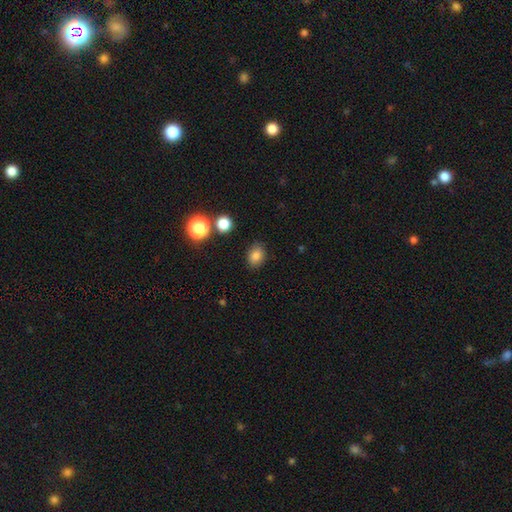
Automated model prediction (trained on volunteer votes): Smooth or featured?
  - smooth: 82% *
  - star or artifact: 12%
  - featured or disk: 6%
How rounded?
  - in between: 63% *
  - round: 36%
  - cigar-shaped: 1%
Merging?
  - none: 84% *
  - minor disturbance: 11%
  - major disturbance: 3%
  - merger: 3%